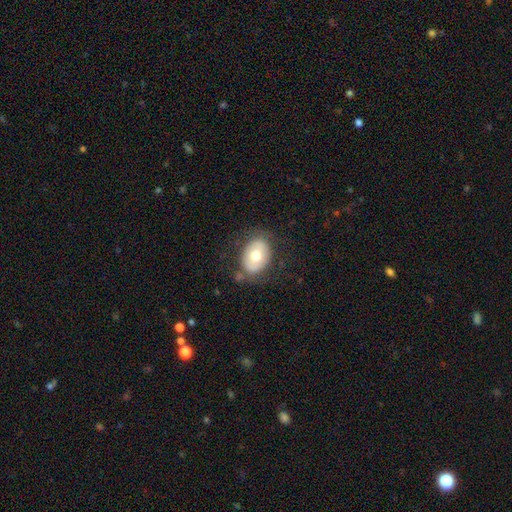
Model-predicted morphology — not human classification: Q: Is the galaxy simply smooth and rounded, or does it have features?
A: smooth — 65%.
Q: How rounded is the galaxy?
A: in between — 73%.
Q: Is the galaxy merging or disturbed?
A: none — 73%.